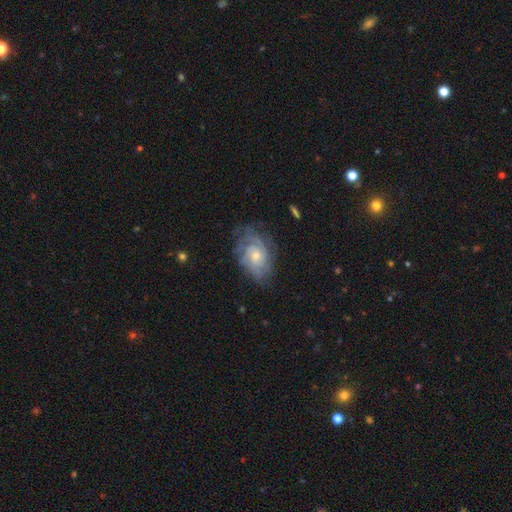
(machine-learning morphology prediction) type=featured or disk (81%); edge-on=no (97%); bar=no (73%); spiral arms=yes (94%); winding=tight (65%); arm count=can't tell (37%); bulge=small (55%); merging=none (69%).